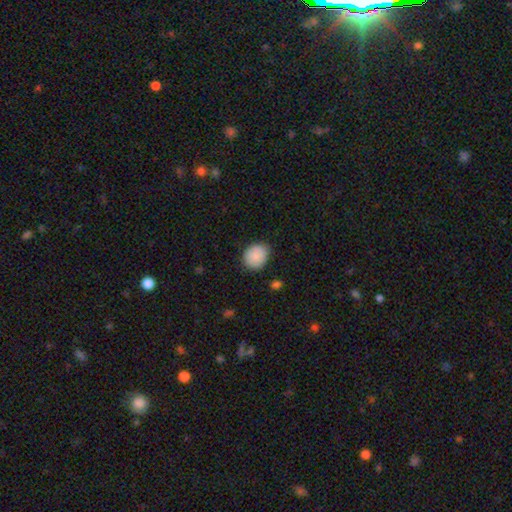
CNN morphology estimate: Smooth or featured: smooth — 89% (star or artifact — 7%)
How rounded: round — 60% (in between — 39%)
Merging: none — 82% (minor disturbance — 14%)